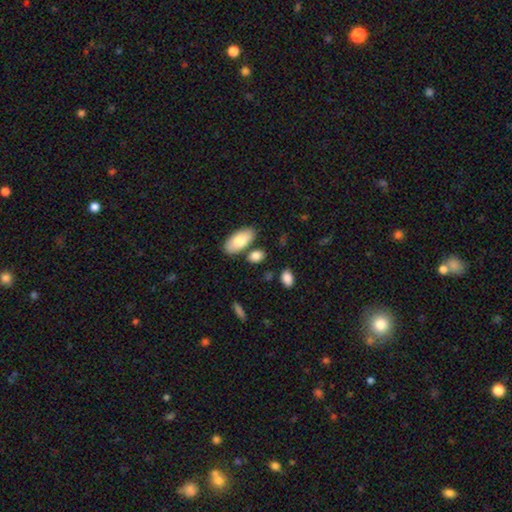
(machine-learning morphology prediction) A smooth galaxy with no disk features (80%) that is in between round and cigar-shaped (86%). Merging: none (72%).